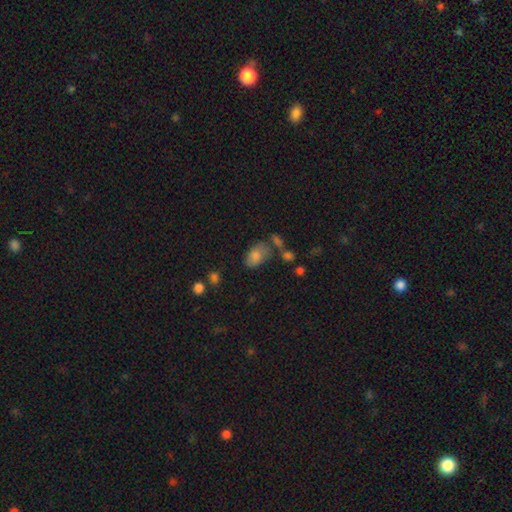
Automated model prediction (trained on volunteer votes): This appears to be a smooth galaxy with no disk features (78%) that is in between round and cigar-shaped (89%). Merging: none (55%).